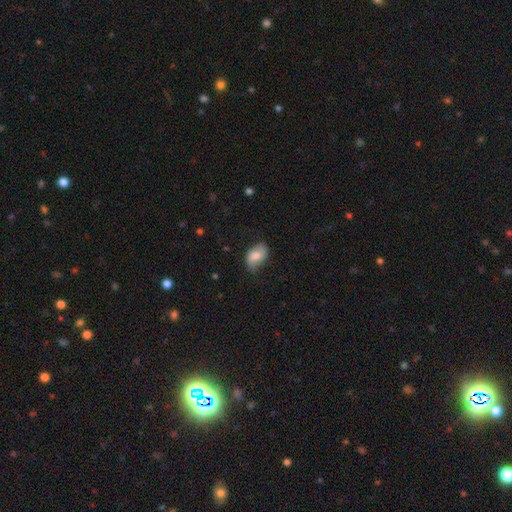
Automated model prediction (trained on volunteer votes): A smooth galaxy with no disk features (66%) that is in between round and cigar-shaped (89%). Merging: none (66%).